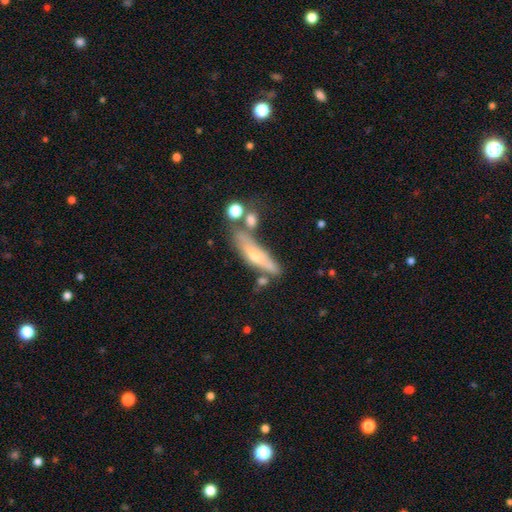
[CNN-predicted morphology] Overall: featured or disk (48%; smooth 45%). Merging: none (51%; merger 20%).